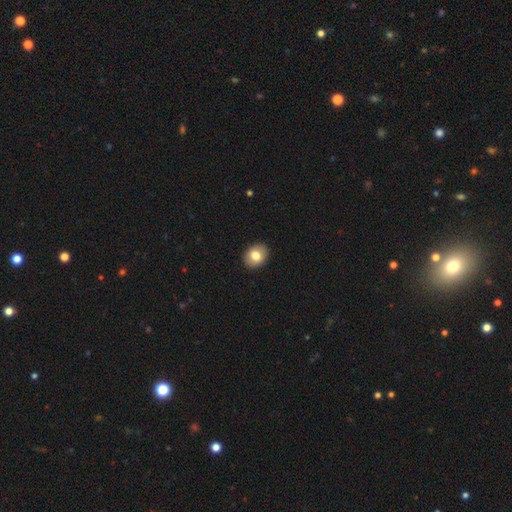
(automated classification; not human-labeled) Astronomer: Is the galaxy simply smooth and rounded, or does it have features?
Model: smooth — 79%.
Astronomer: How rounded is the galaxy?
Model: in between — 51% (runner-up: round, 48%).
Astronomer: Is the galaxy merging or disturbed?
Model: none — 91%.